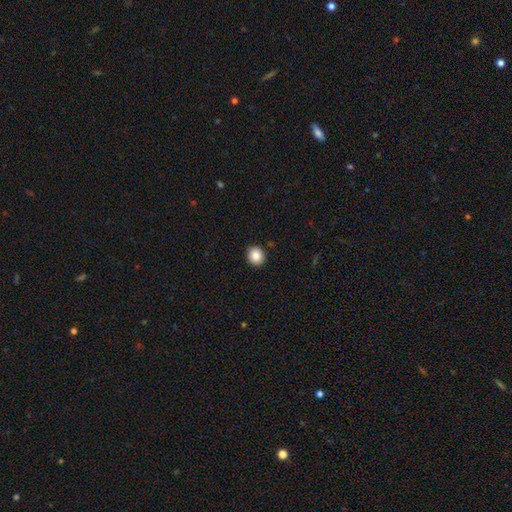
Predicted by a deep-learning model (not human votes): smooth-or-featured: smooth: 86% | star or artifact: 9% | featured or disk: 4%
  how-rounded: round: 87% | in between: 12% | cigar-shaped: 1%
  merging: none: 92% | minor disturbance: 5% | major disturbance: 2% | merger: 1%